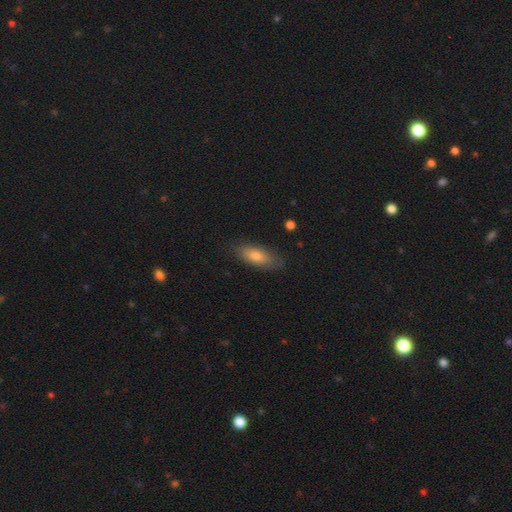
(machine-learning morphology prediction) type=smooth (73%); roundness=in between (69%); merging=none (82%).